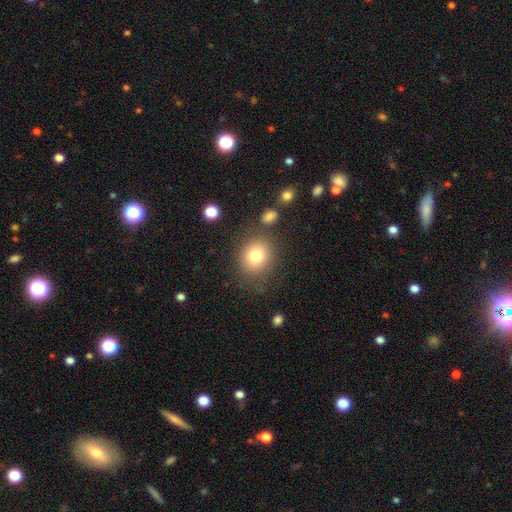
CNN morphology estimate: smooth 78%, star or artifact 11%, featured or disk 10%. Down the decision tree: how rounded — round (73%); merging — none (78%).